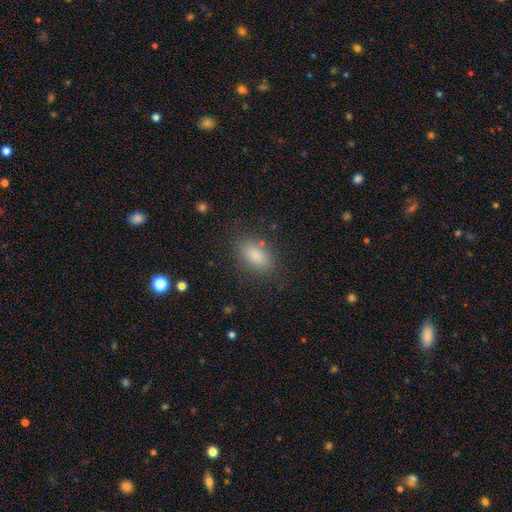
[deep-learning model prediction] smooth 85%, star or artifact 9%, featured or disk 7%. Down the decision tree: how rounded — in between (89%); merging — none (83%).